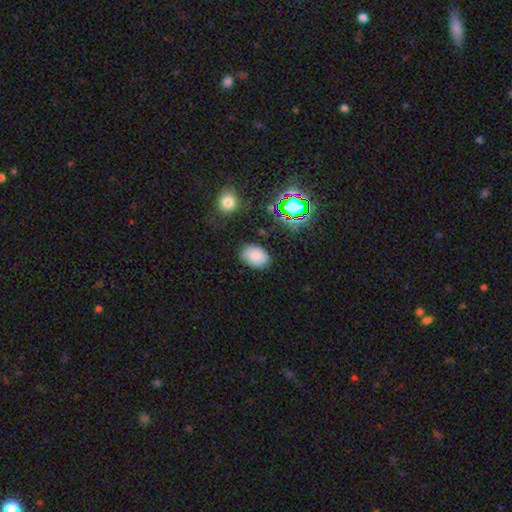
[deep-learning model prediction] smooth-or-featured: smooth: 77% | star or artifact: 12% | featured or disk: 11%
  how-rounded: in between: 81% | round: 18% | cigar-shaped: 1%
  merging: none: 77% | minor disturbance: 18% | major disturbance: 4% | merger: 2%